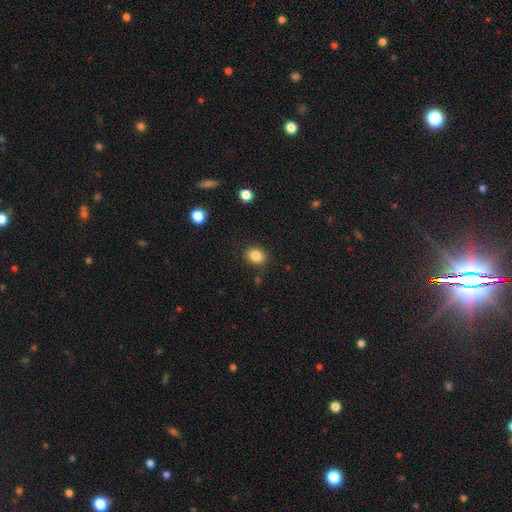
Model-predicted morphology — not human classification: Smooth or featured? Predicted: smooth (p=0.85). How rounded? Predicted: in between (p=0.51). Merging? Predicted: none (p=0.84).